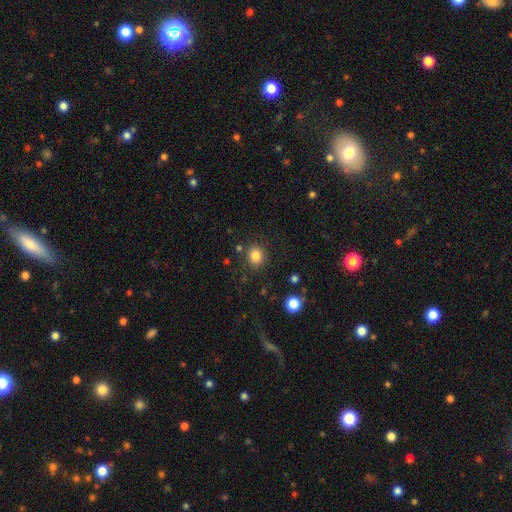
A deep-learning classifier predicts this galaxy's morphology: A smooth galaxy with no disk features (84%) that is round (78%).

Vote fractions:
- Smooth or featured? smooth: 84% / star or artifact: 11% / featured or disk: 5%
- How rounded? round: 78% / in between: 21% / cigar-shaped: 1%
- Merging? none: 84% / minor disturbance: 9% / major disturbance: 4% / merger: 3%